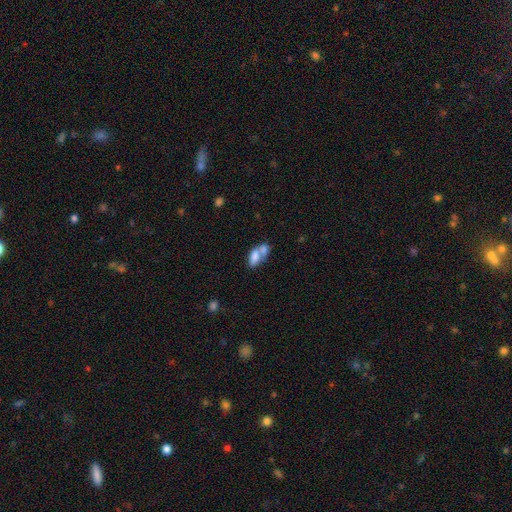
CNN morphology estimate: smooth-or-featured: smooth: 74% | featured or disk: 17% | star or artifact: 8%
  how-rounded: in between: 87% | round: 6% | cigar-shaped: 6%
  merging: merger: 63% | none: 23% | minor disturbance: 9% | major disturbance: 6%